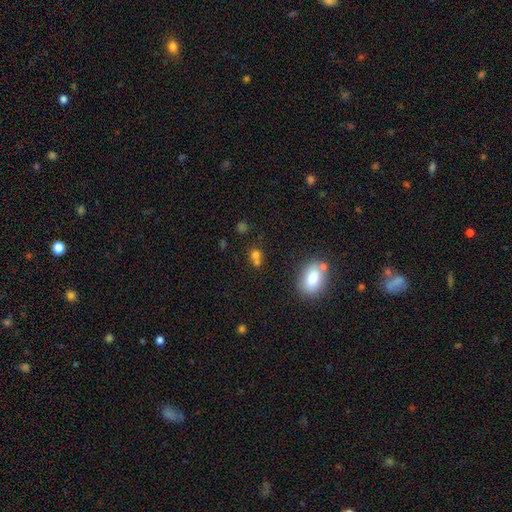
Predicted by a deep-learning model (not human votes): smooth_or_featured: smooth (p=0.73) [alt: star or artifact p=0.15]
how_rounded: round (p=0.70) [alt: in between p=0.28]
merging: none (p=0.47) [alt: merger p=0.38]